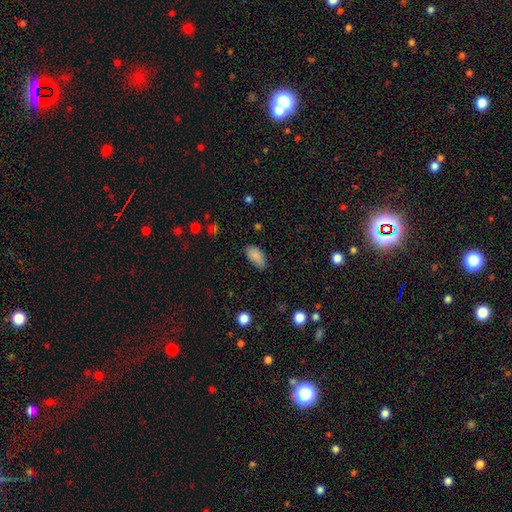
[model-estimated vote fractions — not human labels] smooth-or-featured: smooth: 86% | star or artifact: 9% | featured or disk: 6%
  how-rounded: in between: 93% | cigar-shaped: 3% | round: 3%
  merging: none: 70% | minor disturbance: 24% | major disturbance: 4% | merger: 1%